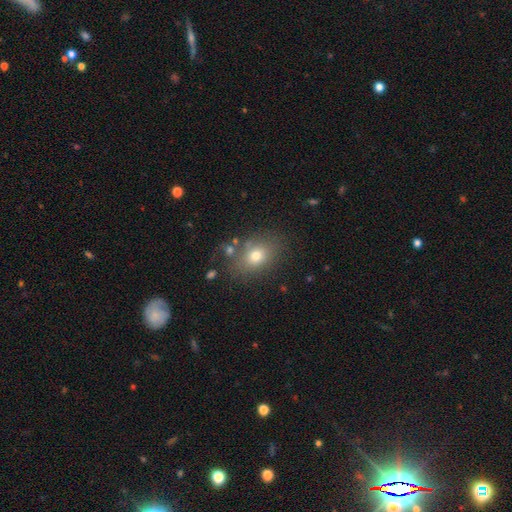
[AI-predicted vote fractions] This is likely a smooth galaxy (73%). How rounded: likely in between (67%). Merging: likely none (75%).